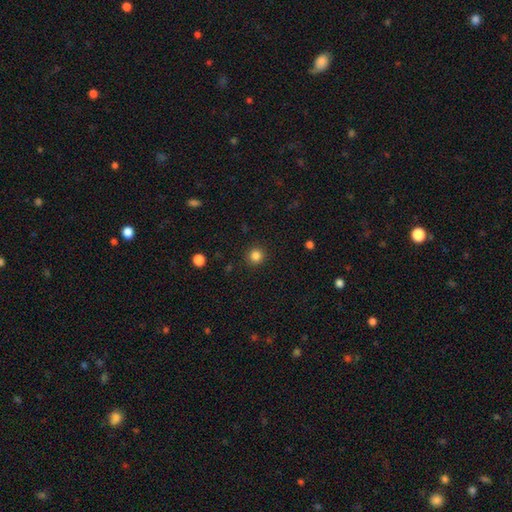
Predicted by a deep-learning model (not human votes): Overall: smooth (84%). How rounded: round (94%). Merging: none (91%).